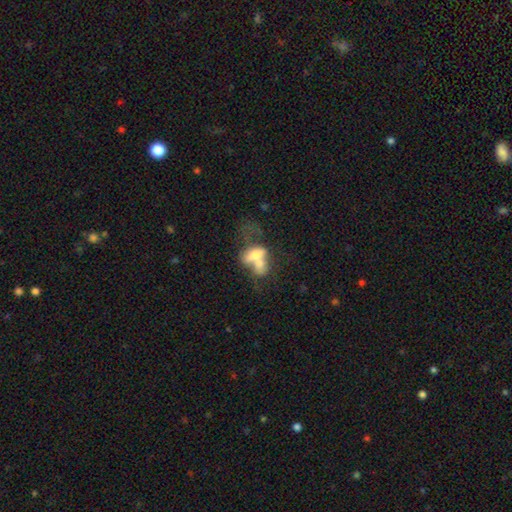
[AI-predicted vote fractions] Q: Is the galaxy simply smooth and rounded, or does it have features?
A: smooth — 57%.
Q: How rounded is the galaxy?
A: in between — 80%.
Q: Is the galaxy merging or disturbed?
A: merger — 70%.